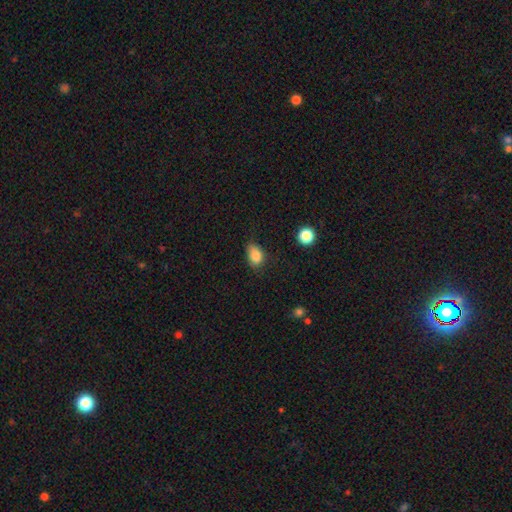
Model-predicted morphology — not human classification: Smooth or featured?
  - smooth: 85% *
  - star or artifact: 9%
  - featured or disk: 6%
How rounded?
  - in between: 77% *
  - round: 21%
  - cigar-shaped: 1%
Merging?
  - none: 59% *
  - minor disturbance: 33%
  - major disturbance: 7%
  - merger: 2%